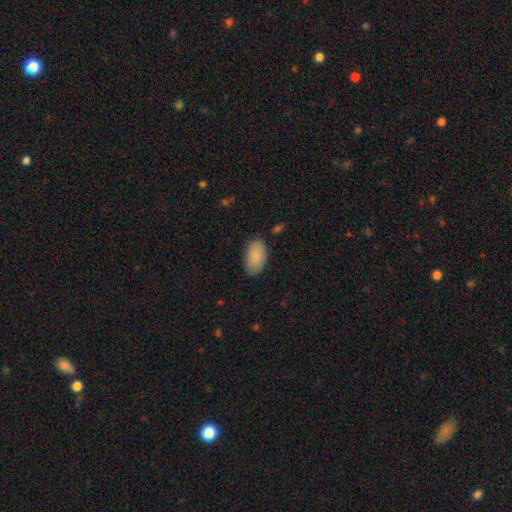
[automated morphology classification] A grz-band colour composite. It shows a smooth galaxy with no disk features (88%) that is in between round and cigar-shaped (95%). Merging: none (84%).